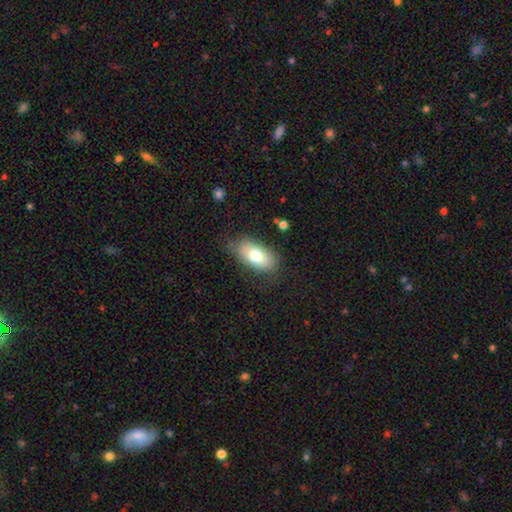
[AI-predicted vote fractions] Smooth or featured? Predicted: smooth (p=0.74). How rounded? Predicted: in between (p=0.92). Merging? Predicted: none (p=0.76).